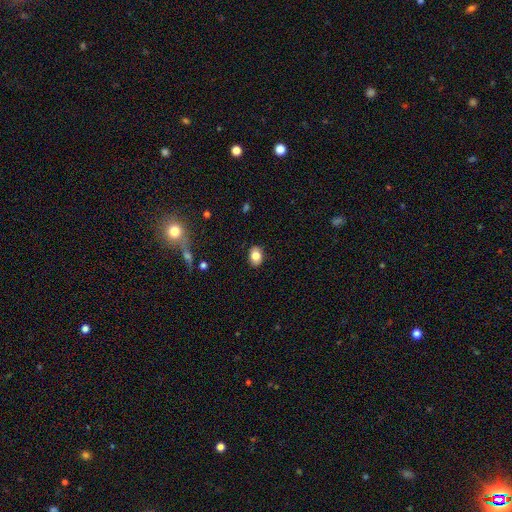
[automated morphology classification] Smooth or featured: smooth — 83% (star or artifact — 9%)
How rounded: in between — 73% (round — 26%)
Merging: none — 88% (minor disturbance — 9%)